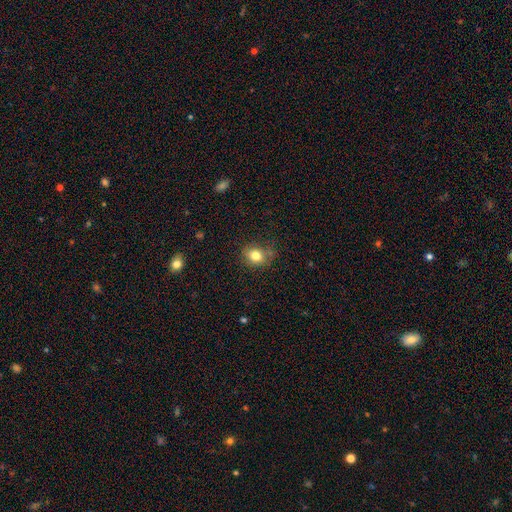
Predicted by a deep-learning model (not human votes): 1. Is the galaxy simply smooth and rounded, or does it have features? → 80% smooth, 11% star or artifact, 8% featured or disk.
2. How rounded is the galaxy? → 59% round, 40% in between, 1% cigar-shaped.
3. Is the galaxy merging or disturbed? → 74% none, 18% minor disturbance, 4% major disturbance, 3% merger.